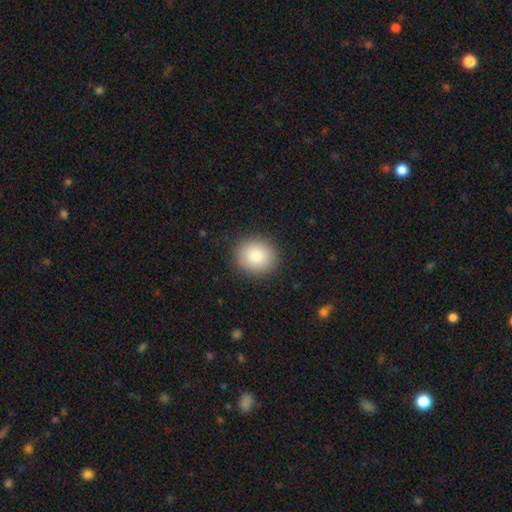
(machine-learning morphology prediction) smooth 85%, star or artifact 8%, featured or disk 6%. Down the decision tree: how rounded — round (80%); merging — none (91%).